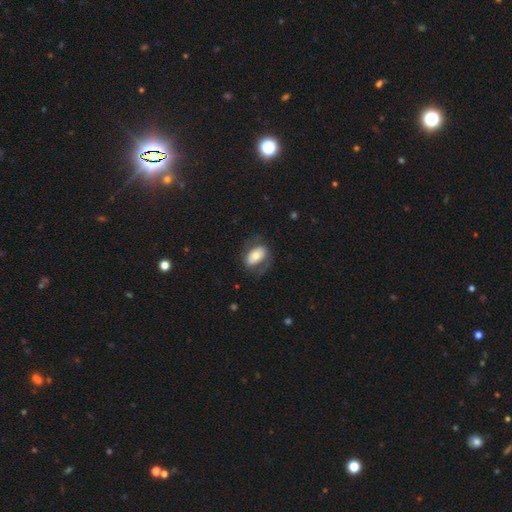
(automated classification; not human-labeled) smooth_or_featured: smooth (p=0.58) [alt: featured or disk p=0.36]
how_rounded: in between (p=0.89) [alt: round p=0.09]
merging: none (p=0.63) [alt: minor disturbance p=0.19]